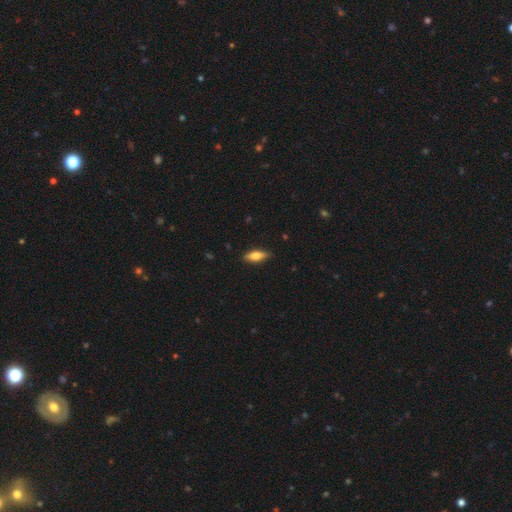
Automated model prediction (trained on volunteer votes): smooth_or_featured: smooth (p=0.65) [alt: featured or disk p=0.28]
how_rounded: in between (p=0.61) [alt: cigar-shaped p=0.36]
merging: none (p=0.86) [alt: minor disturbance p=0.11]